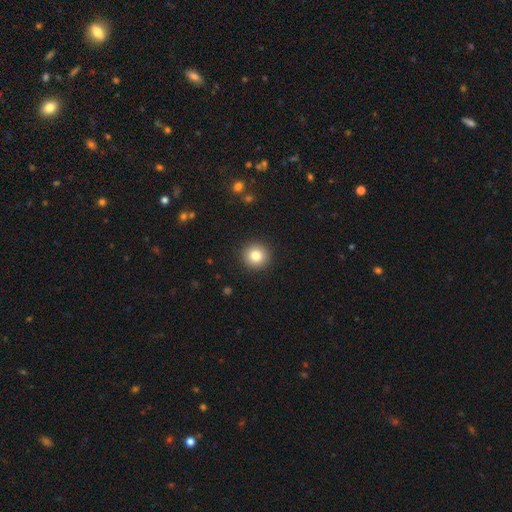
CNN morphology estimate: This is clearly a smooth galaxy (82%). How rounded: clearly round (94%). Merging: clearly none (92%).